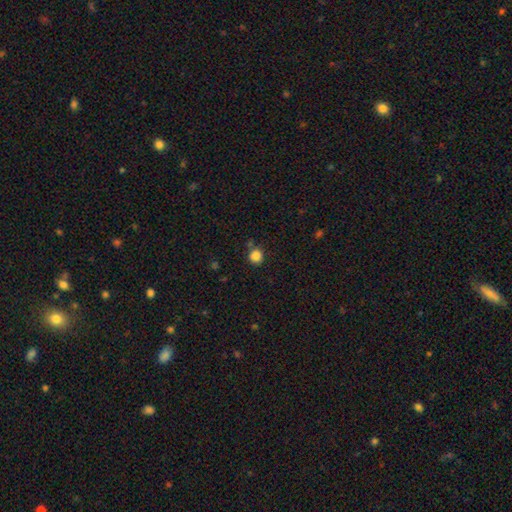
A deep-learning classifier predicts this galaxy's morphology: Smooth or featured: smooth — 85% (star or artifact — 11%)
How rounded: round — 90% (in between — 9%)
Merging: none — 77% (minor disturbance — 12%)